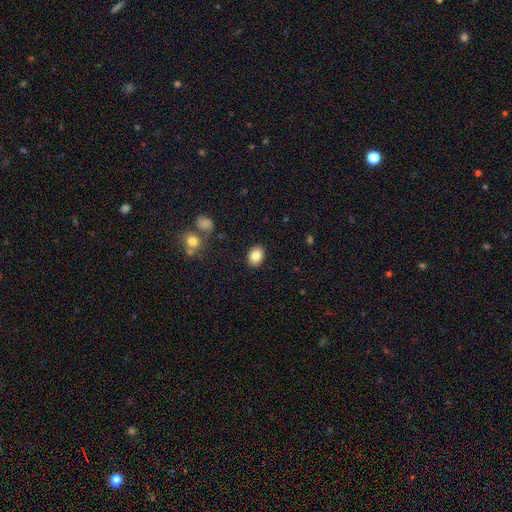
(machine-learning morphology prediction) type=smooth (85%); roundness=in between (70%); merging=none (89%).